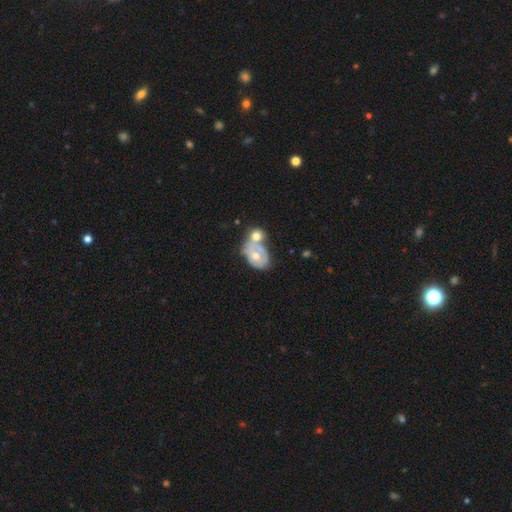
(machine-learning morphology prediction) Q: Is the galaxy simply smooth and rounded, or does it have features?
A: featured or disk — 50%.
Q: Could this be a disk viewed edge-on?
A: no — 95%.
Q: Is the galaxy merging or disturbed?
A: merger — 63%.